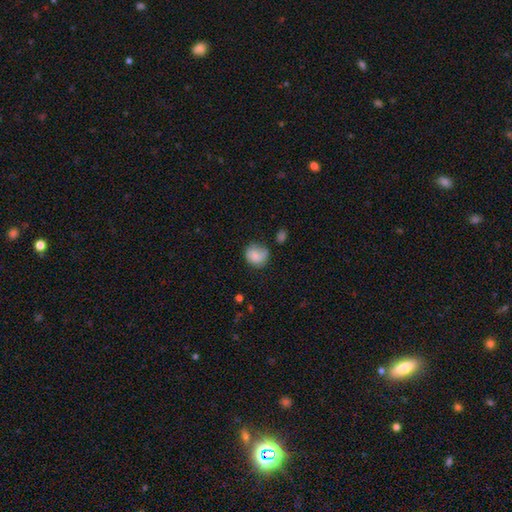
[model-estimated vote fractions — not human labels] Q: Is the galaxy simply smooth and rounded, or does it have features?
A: smooth — 75%.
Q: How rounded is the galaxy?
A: round — 77%.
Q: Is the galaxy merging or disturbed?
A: none — 54%.